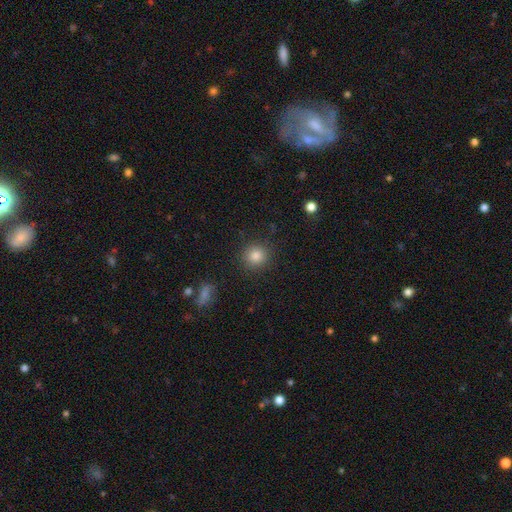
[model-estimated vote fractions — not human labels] smooth_or_featured: smooth (p=0.84) [alt: star or artifact p=0.11]
how_rounded: round (p=0.91) [alt: in between p=0.08]
merging: none (p=0.89) [alt: minor disturbance p=0.07]